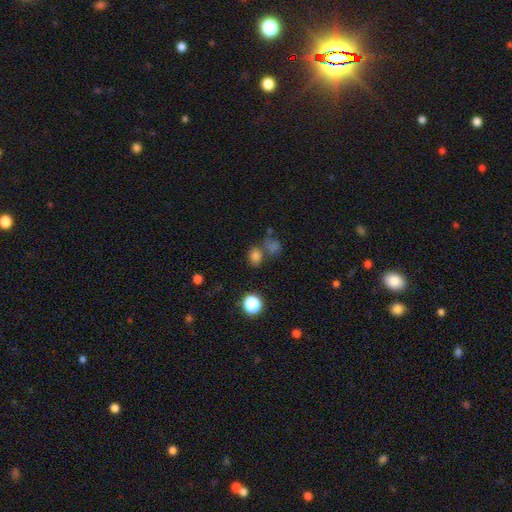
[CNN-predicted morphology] smooth-or-featured: smooth: 73% | star or artifact: 20% | featured or disk: 7%
  how-rounded: round: 50% | in between: 48% | cigar-shaped: 1%
  merging: none: 54% | merger: 30% | minor disturbance: 11% | major disturbance: 5%